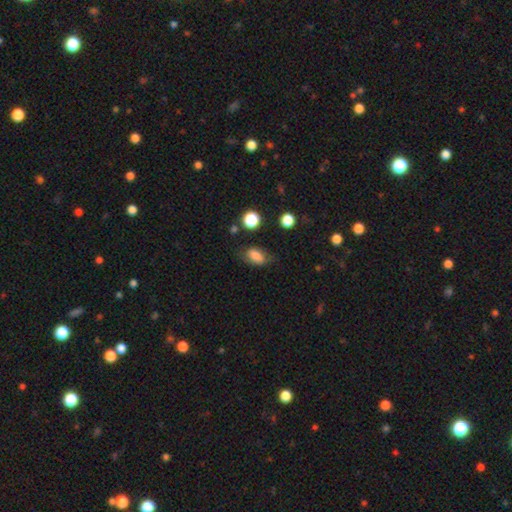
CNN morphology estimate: Smooth or featured: smooth — 75% (featured or disk — 14%)
How rounded: in between — 85% (round — 12%)
Merging: none — 64% (minor disturbance — 24%)